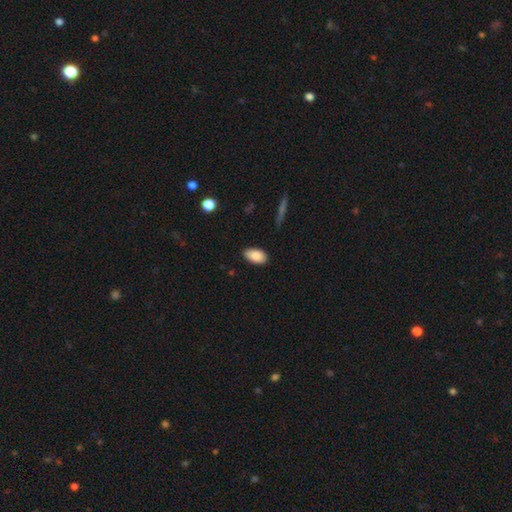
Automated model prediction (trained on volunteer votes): A smooth galaxy with no disk features (87%) that is in between round and cigar-shaped (94%). Merging: none (85%).